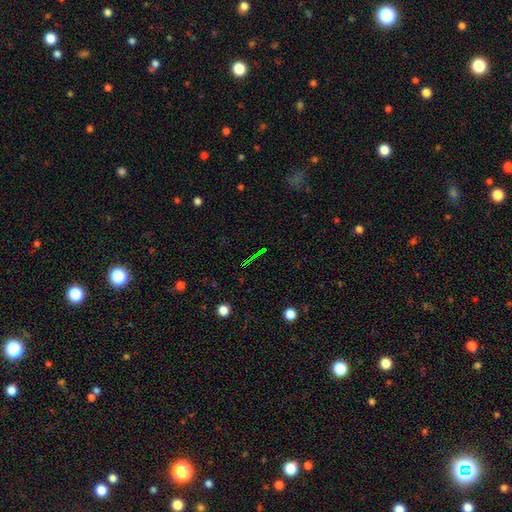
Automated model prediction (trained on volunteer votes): Smooth or featured: star or artifact — 71% (smooth — 15%)